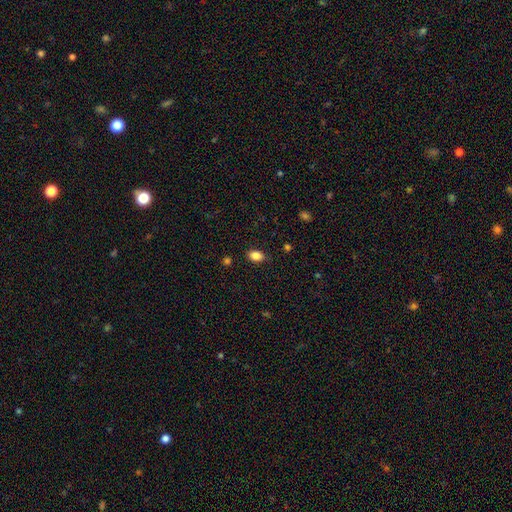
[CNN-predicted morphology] smooth_or_featured: smooth (p=0.86) [alt: star or artifact p=0.10]
how_rounded: in between (p=0.83) [alt: round p=0.16]
merging: none (p=0.85) [alt: minor disturbance p=0.11]